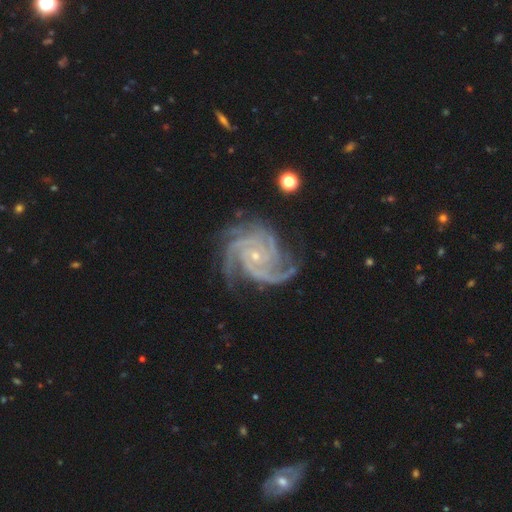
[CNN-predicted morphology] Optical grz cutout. It shows a featured or disk galaxy (93%) with no bar (69%), 4 (38%) tight (62%) spiral arms (99%) and a small central bulge (82%). Merging: none (70%).